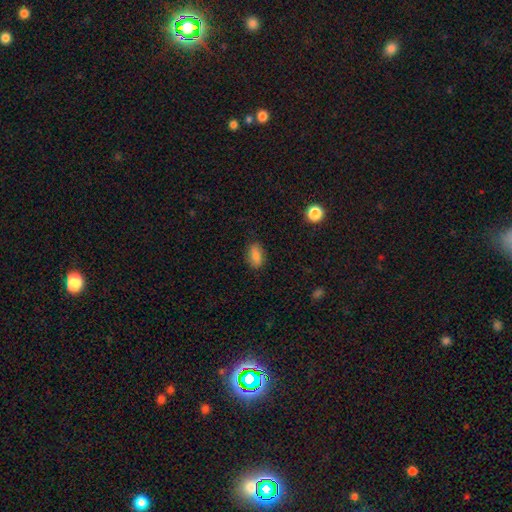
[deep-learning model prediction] A smooth galaxy with no disk features (83%) that is in between round and cigar-shaped (87%). Merging: none (84%).